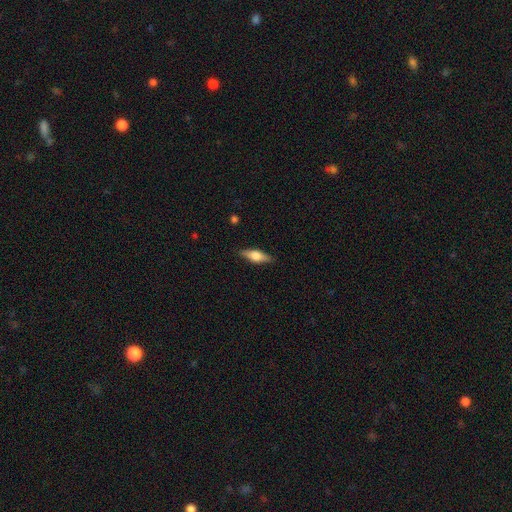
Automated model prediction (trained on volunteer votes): Overall: smooth (49%; featured or disk 44%). Merging: none (86%).